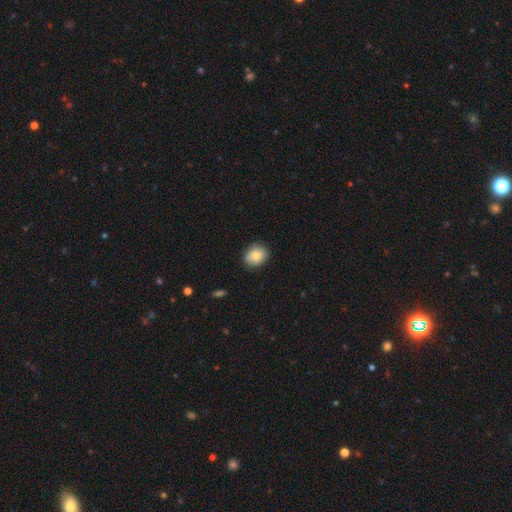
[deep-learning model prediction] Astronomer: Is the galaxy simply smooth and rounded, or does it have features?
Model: smooth — 81%.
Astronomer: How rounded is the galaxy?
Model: round — 64%.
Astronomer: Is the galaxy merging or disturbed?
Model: none — 83%.